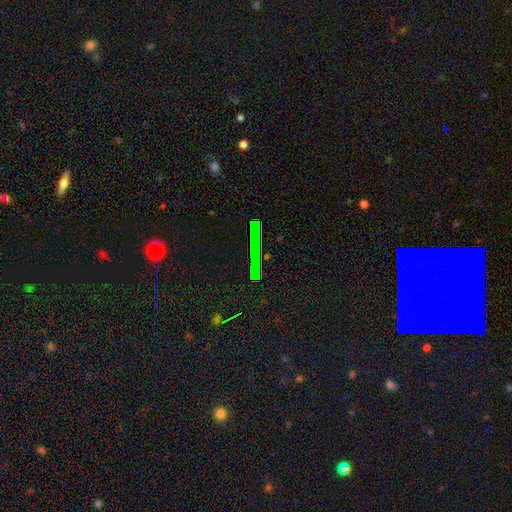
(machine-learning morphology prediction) smooth_or_featured: star or artifact (p=0.52) [alt: featured or disk p=0.28]